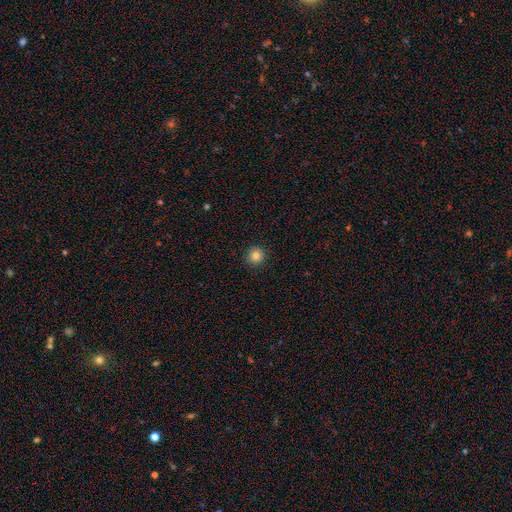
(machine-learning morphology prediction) smooth_or_featured: smooth (p=0.84) [alt: star or artifact p=0.11]
how_rounded: round (p=0.95) [alt: in between p=0.04]
merging: none (p=0.92) [alt: minor disturbance p=0.06]